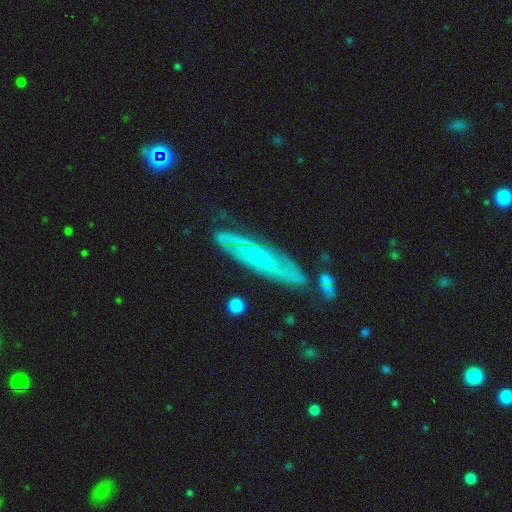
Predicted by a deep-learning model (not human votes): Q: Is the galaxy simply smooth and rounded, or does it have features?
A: featured or disk — 73%.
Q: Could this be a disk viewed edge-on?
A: no — 67%.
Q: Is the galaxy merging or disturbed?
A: none — 70%.